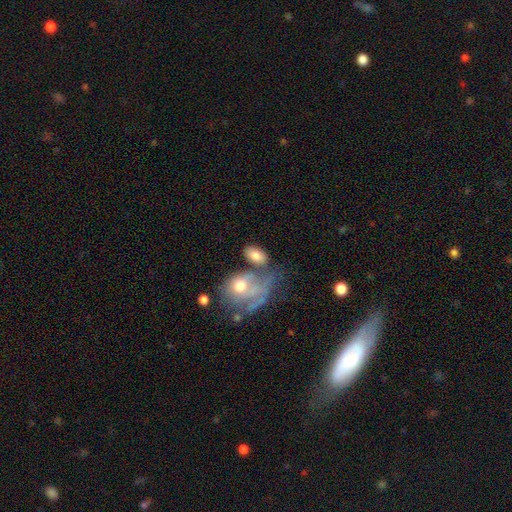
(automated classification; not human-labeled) Smooth or featured: smooth — 74% (featured or disk — 19%)
How rounded: in between — 88% (round — 10%)
Merging: none — 46% (merger — 27%)